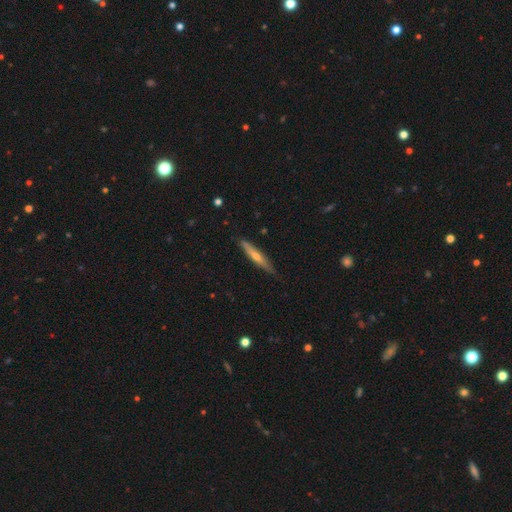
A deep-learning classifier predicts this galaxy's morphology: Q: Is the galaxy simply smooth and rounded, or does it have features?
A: featured or disk — 53%.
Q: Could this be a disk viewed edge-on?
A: yes — 94%.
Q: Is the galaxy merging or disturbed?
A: none — 84%.